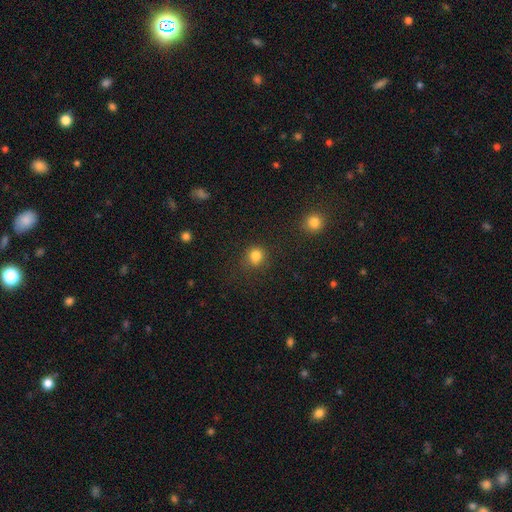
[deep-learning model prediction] Overall: smooth (82%). How rounded: round (85%). Merging: none (78%).